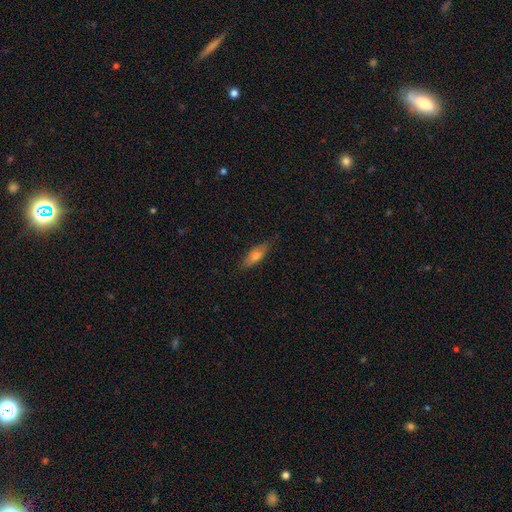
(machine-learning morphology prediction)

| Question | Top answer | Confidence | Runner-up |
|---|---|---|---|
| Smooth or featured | smooth | 65% | featured or disk (28%) |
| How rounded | cigar-shaped | 50% | in between (48%) |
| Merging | none | 81% | minor disturbance (15%) |